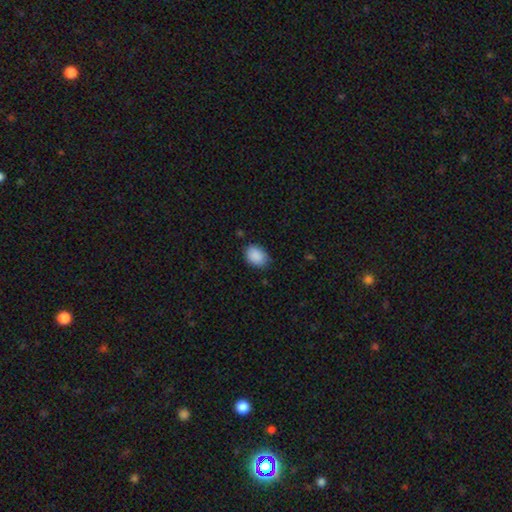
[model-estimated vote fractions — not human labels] Smooth or featured: smooth — 90% (star or artifact — 7%)
How rounded: in between — 76% (round — 23%)
Merging: none — 81% (minor disturbance — 15%)